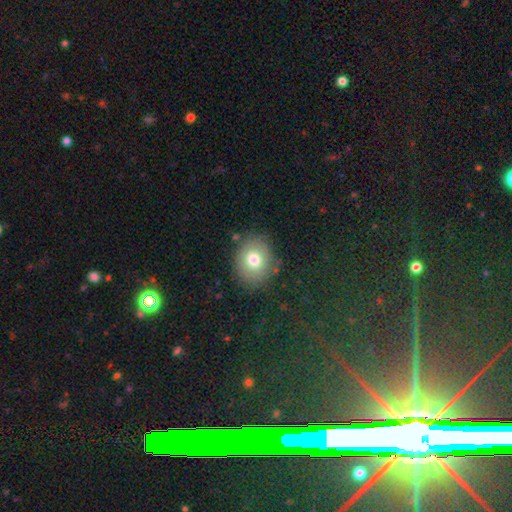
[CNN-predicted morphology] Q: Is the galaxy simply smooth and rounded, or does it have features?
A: smooth — 74%.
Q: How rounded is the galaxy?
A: round — 61%.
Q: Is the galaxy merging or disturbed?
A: none — 85%.